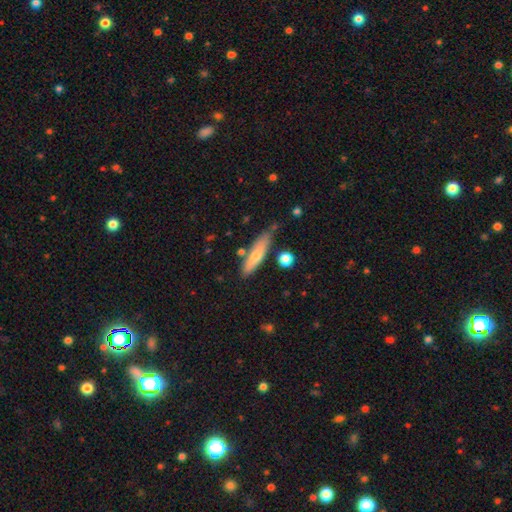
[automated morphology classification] A smooth galaxy with no disk features (66%) that is cigar-shaped (77%). Merging: none (73%).